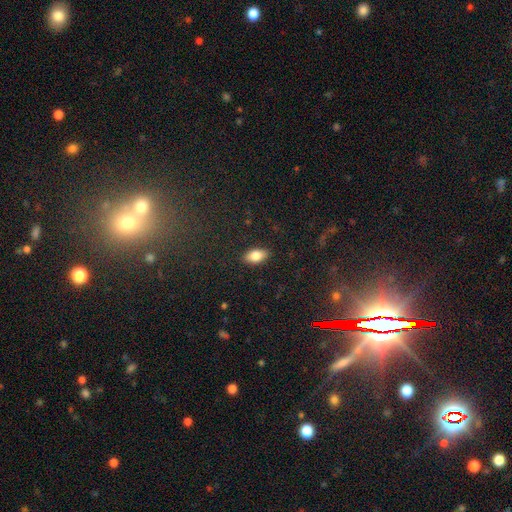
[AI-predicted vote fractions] smooth_or_featured: smooth (p=0.82) [alt: featured or disk p=0.10]
how_rounded: in between (p=0.91) [alt: round p=0.05]
merging: none (p=0.88) [alt: minor disturbance p=0.09]